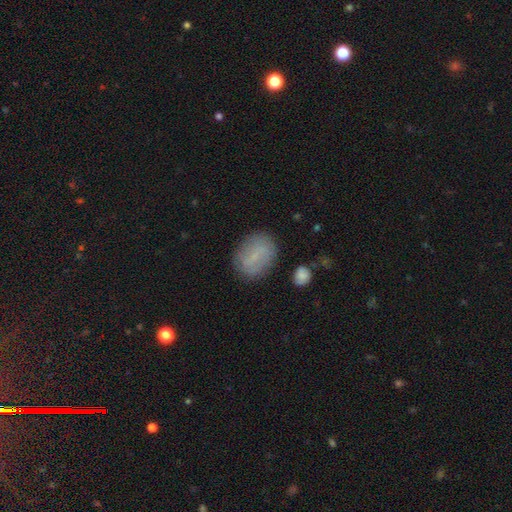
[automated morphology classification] Smooth or featured? Predicted: smooth (p=0.63). How rounded? Predicted: in between (p=0.62). Merging? Predicted: none (p=0.79).